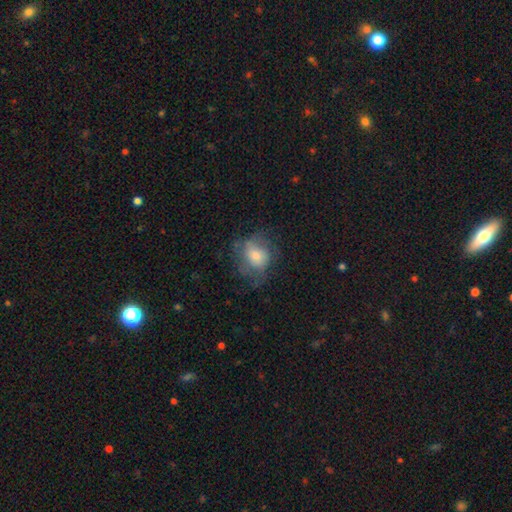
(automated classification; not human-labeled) Smooth or featured? Predicted: smooth (p=0.55). How rounded? Predicted: round (p=0.62). Merging? Predicted: none (p=0.57).